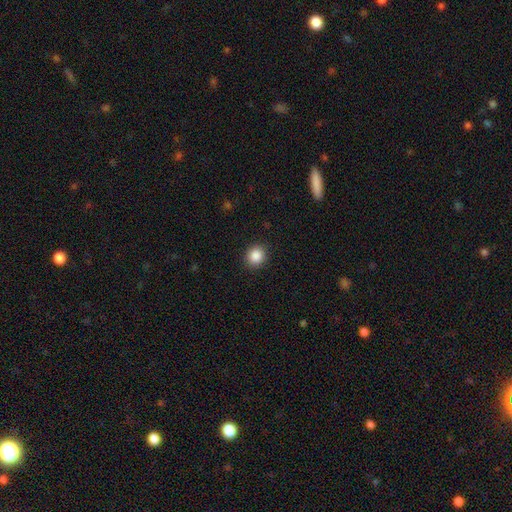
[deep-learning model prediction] Smooth or featured: smooth — 87% (star or artifact — 9%)
How rounded: round — 83% (in between — 16%)
Merging: none — 90% (minor disturbance — 7%)